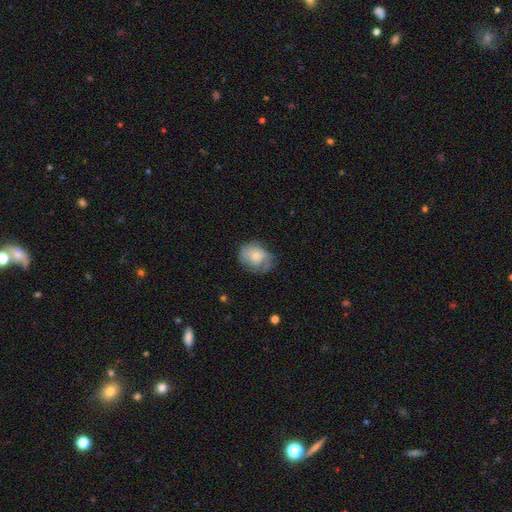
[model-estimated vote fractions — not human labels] Smooth or featured: smooth — 55% (featured or disk — 38%)
How rounded: in between — 50% (round — 49%)
Merging: none — 51% (minor disturbance — 30%)